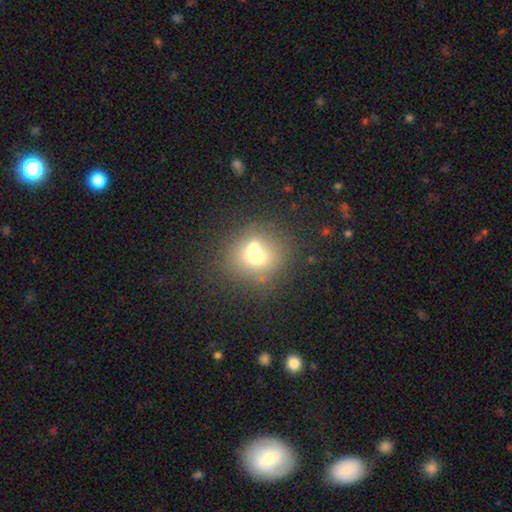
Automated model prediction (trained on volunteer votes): A smooth galaxy with no disk features (64%) that is round (81%).

Vote fractions:
- Smooth or featured? smooth: 64% / featured or disk: 21% / star or artifact: 15%
- How rounded? round: 81% / in between: 18% / cigar-shaped: 1%
- Merging? none: 46% / merger: 39% / minor disturbance: 10% / major disturbance: 5%